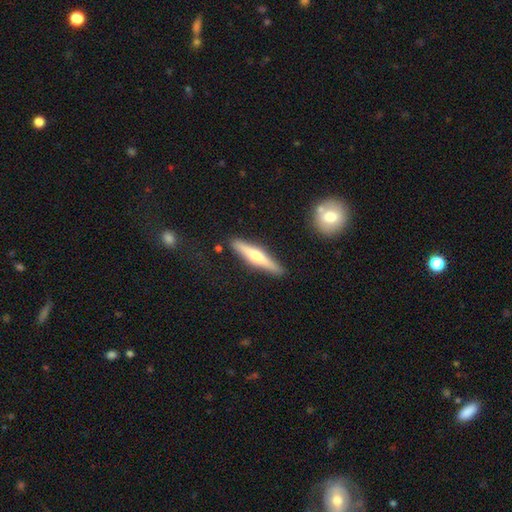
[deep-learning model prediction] smooth_or_featured: featured or disk (p=0.58) [alt: smooth p=0.36]
disk_edge_on: yes (p=0.96) [alt: no p=0.04]
edge_on_bulge: rounded (p=0.87) [alt: none p=0.07]
merging: none (p=0.88) [alt: minor disturbance p=0.08]